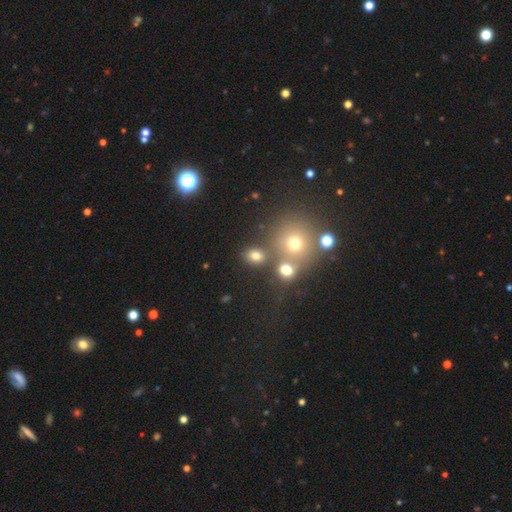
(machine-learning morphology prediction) Overall: smooth (72%). How rounded: round (50%; in between 49%). Merging: none (66%).